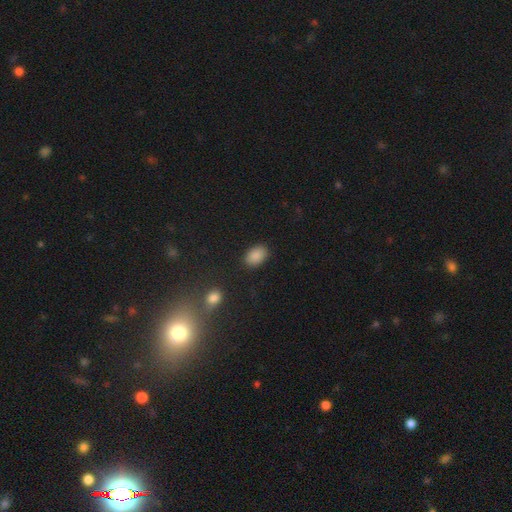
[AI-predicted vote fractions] Smooth or featured?
  - smooth: 88% *
  - star or artifact: 8%
  - featured or disk: 4%
How rounded?
  - in between: 87% *
  - round: 12%
  - cigar-shaped: 1%
Merging?
  - none: 87% *
  - minor disturbance: 9%
  - major disturbance: 3%
  - merger: 2%